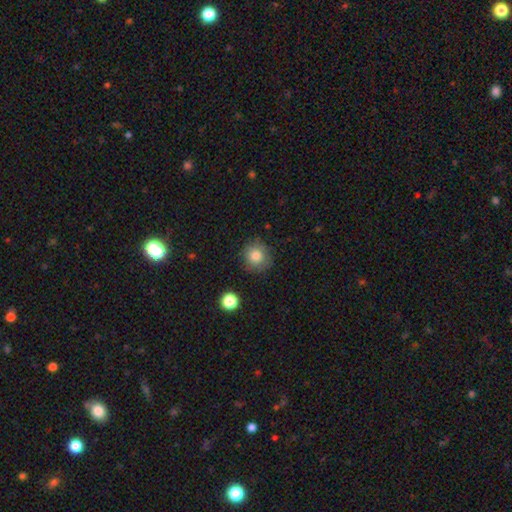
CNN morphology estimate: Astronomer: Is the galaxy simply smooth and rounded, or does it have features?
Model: smooth — 81%.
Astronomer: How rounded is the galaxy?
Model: round — 91%.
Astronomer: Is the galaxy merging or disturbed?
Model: none — 83%.